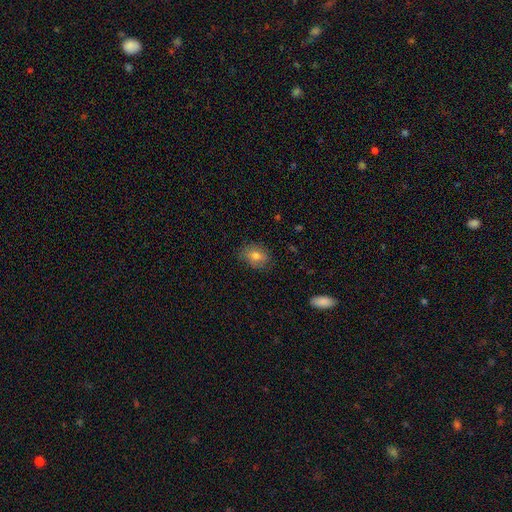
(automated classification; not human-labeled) Smooth or featured? smooth (76%)
How rounded? in between (58%)
Merging? none (79%)